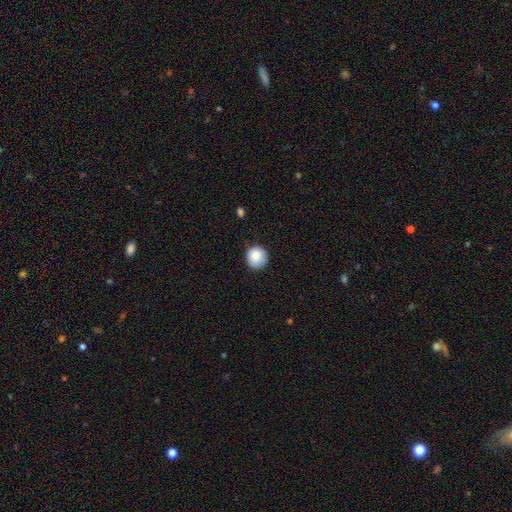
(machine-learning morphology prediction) type=smooth (86%); roundness=round (90%); merging=none (79%).